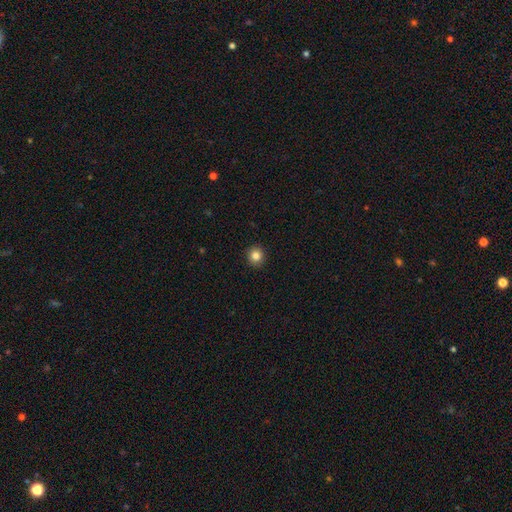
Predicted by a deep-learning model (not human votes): Smooth or featured: smooth — 84% (star or artifact — 11%)
How rounded: round — 92% (in between — 7%)
Merging: none — 93% (minor disturbance — 5%)